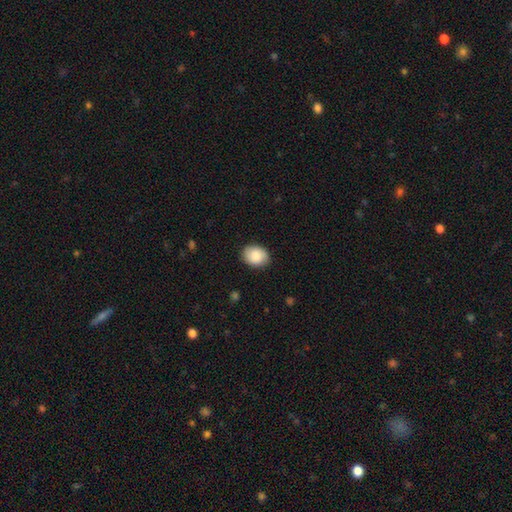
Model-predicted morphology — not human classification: Smooth or featured?
  - smooth: 88% *
  - star or artifact: 6%
  - featured or disk: 6%
How rounded?
  - in between: 58% *
  - round: 42%
  - cigar-shaped: 1%
Merging?
  - none: 88% *
  - minor disturbance: 9%
  - major disturbance: 2%
  - merger: 1%